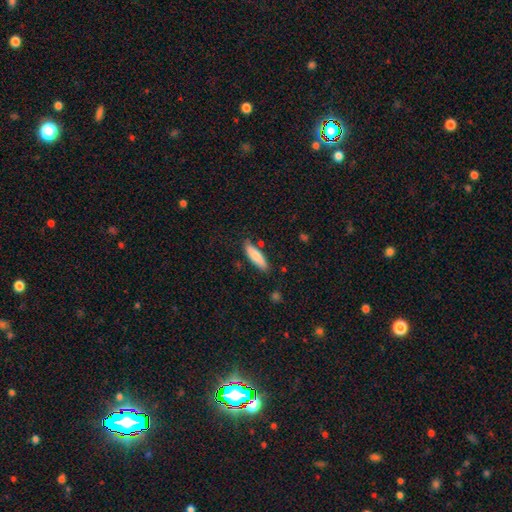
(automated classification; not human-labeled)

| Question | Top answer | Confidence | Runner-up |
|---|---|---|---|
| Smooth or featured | smooth | 80% | featured or disk (14%) |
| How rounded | cigar-shaped | 59% | in between (39%) |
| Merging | none | 80% | minor disturbance (14%) |